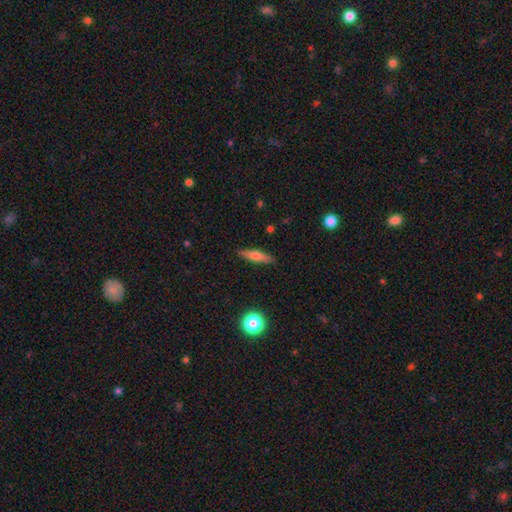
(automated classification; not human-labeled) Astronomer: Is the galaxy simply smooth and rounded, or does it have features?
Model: smooth — 52% (runner-up: featured or disk, 40%).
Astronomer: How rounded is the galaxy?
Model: cigar-shaped — 73%.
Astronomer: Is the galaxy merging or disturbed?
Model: none — 89%.